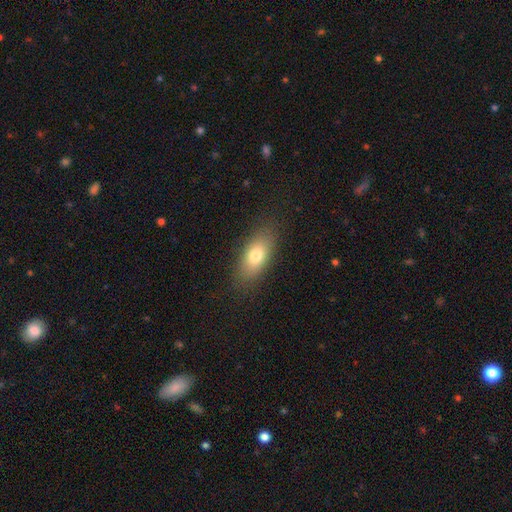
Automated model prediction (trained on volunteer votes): This appears to be a smooth galaxy with no disk features (76%) that is in between round and cigar-shaped (84%). Merging: none (84%).